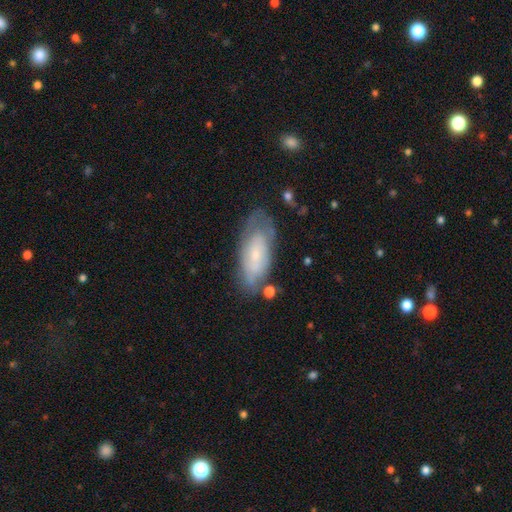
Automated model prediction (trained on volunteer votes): smooth_or_featured: featured or disk (p=0.48) [alt: smooth p=0.44]
merging: none (p=0.61) [alt: minor disturbance p=0.25]